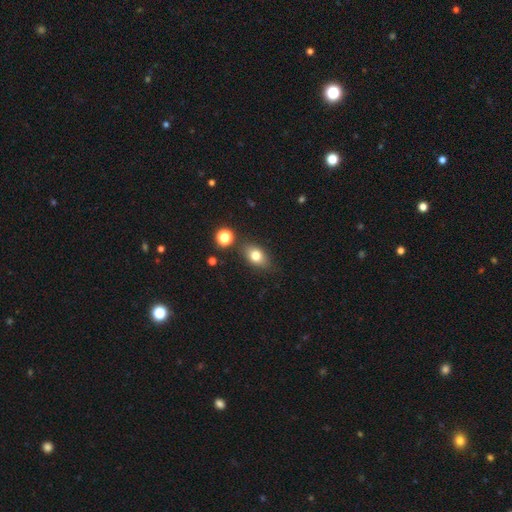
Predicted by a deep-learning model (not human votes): smooth-or-featured: smooth: 76% | featured or disk: 13% | star or artifact: 10%
  how-rounded: in between: 79% | round: 18% | cigar-shaped: 3%
  merging: none: 79% | minor disturbance: 13% | merger: 5% | major disturbance: 3%